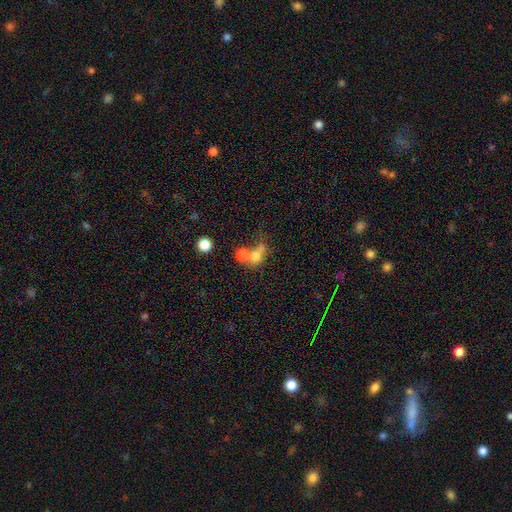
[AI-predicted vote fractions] This is likely a smooth galaxy (71%). How rounded: likely round (63%). Merging: possibly merger (55%).